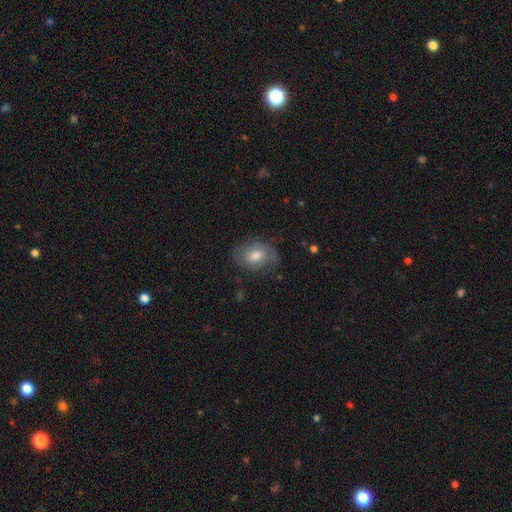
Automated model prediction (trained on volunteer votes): This is likely a smooth galaxy (62%). How rounded: likely in between (65%). Merging: likely none (69%).